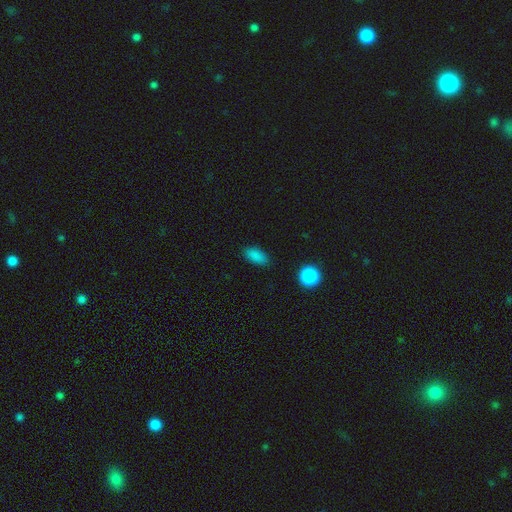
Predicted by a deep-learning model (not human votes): smooth_or_featured: smooth (p=0.85) [alt: star or artifact p=0.11]
how_rounded: in between (p=0.87) [alt: cigar-shaped p=0.08]
merging: none (p=0.86) [alt: minor disturbance p=0.10]